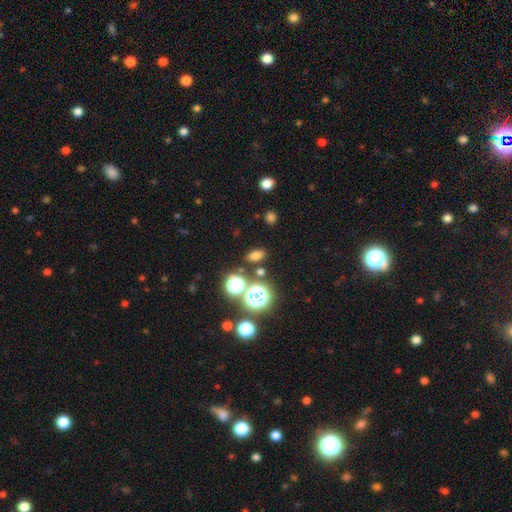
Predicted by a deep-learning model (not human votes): A smooth galaxy with no disk features (70%) that is in between round and cigar-shaped (72%).

Vote fractions:
- Smooth or featured? smooth: 70% / star or artifact: 21% / featured or disk: 9%
- How rounded? in between: 72% / round: 23% / cigar-shaped: 5%
- Merging? none: 82% / minor disturbance: 9% / merger: 5% / major disturbance: 3%